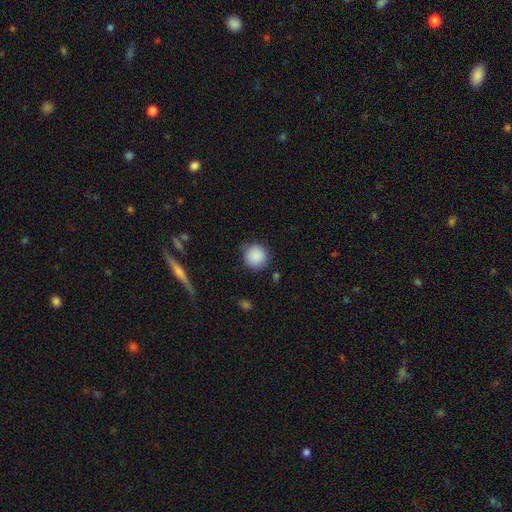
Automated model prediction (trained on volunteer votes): A smooth galaxy with no disk features (88%) that is round (93%).

Vote fractions:
- Smooth or featured? smooth: 88% / star or artifact: 8% / featured or disk: 3%
- How rounded? round: 93% / in between: 6% / cigar-shaped: 1%
- Merging? none: 81% / minor disturbance: 13% / major disturbance: 4% / merger: 2%